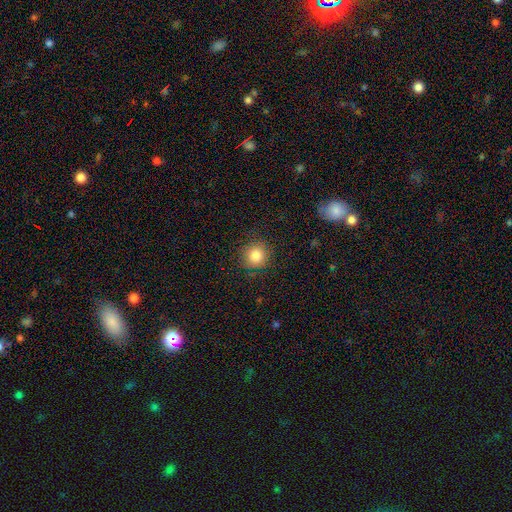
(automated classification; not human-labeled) Smooth or featured? smooth (84%)
How rounded? round (92%)
Merging? none (88%)